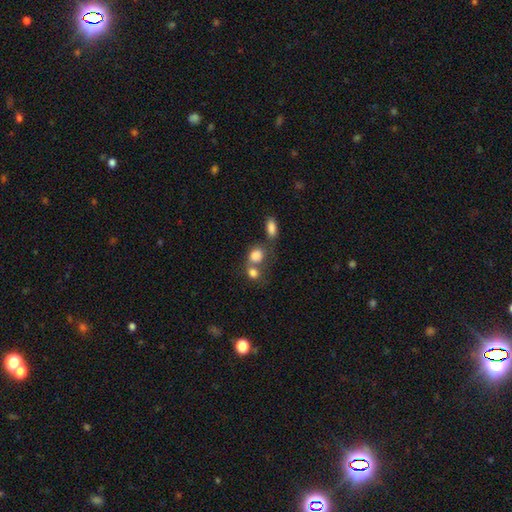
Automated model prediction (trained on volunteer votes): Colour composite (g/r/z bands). It shows a smooth galaxy with no disk features (81%) that is round (57%). Merging: merger (47%).